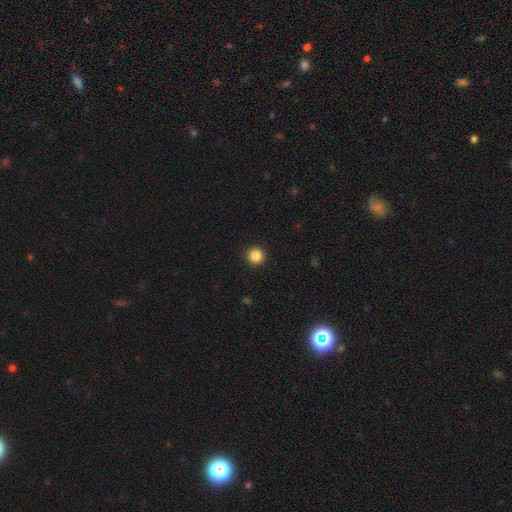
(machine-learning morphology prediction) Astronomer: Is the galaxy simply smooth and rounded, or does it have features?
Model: smooth — 86%.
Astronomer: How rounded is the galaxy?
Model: round — 94%.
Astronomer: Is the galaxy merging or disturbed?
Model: none — 93%.